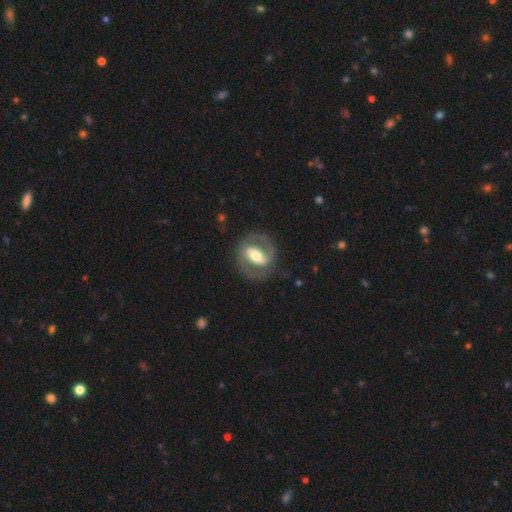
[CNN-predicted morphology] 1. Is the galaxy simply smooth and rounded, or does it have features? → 81% featured or disk, 15% smooth, 4% star or artifact.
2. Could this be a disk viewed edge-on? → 96% no, 4% yes.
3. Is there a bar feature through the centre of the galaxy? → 57% strong, 28% weak, 14% no.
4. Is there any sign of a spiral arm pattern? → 83% yes, 17% no.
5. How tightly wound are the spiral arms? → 50% medium, 35% tight, 14% loose.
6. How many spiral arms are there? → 88% 2, 5% can't tell, 4% 1, 1% 3, 1% 4, 1% more than 4.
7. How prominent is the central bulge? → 62% moderate, 18% small, 17% large, 2% dominant, 1% none.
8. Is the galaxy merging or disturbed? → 80% none, 12% minor disturbance, 7% major disturbance, 1% merger.